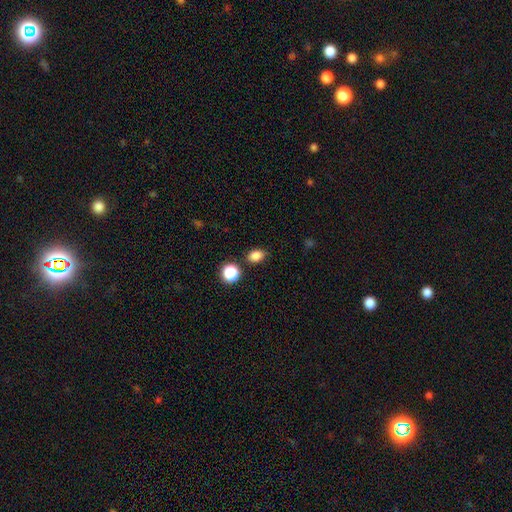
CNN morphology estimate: type=smooth (82%); roundness=in between (65%); merging=none (78%).